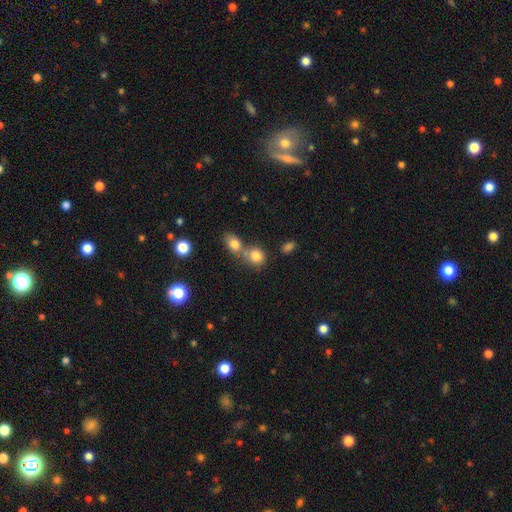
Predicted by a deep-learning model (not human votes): This is clearly a smooth galaxy (81%). How rounded: likely round (67%). Merging: marginally merger (45%).